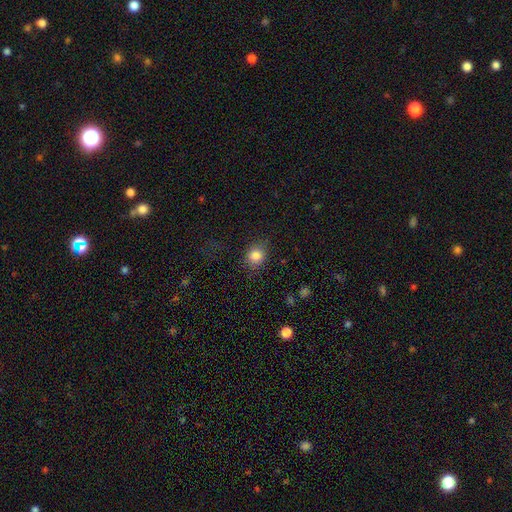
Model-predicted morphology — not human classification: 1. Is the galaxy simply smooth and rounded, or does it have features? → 84% smooth, 10% star or artifact, 6% featured or disk.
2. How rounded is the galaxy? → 69% round, 30% in between, 1% cigar-shaped.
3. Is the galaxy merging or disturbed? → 82% none, 12% minor disturbance, 4% major disturbance, 1% merger.